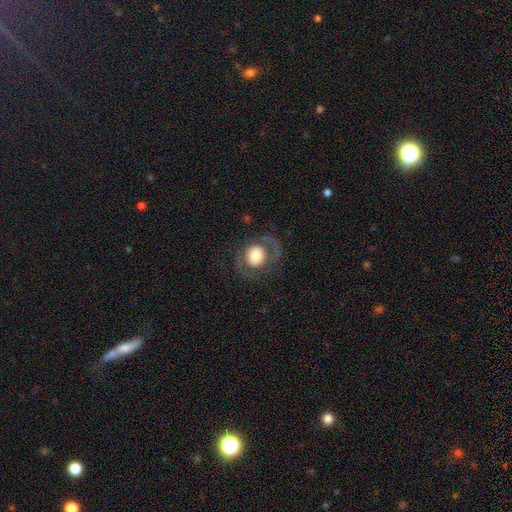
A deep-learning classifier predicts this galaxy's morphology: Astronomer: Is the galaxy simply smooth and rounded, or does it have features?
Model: featured or disk — 51% (runner-up: smooth, 41%).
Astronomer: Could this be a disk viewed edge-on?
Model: no — 95%.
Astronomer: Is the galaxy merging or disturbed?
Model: none — 70%.